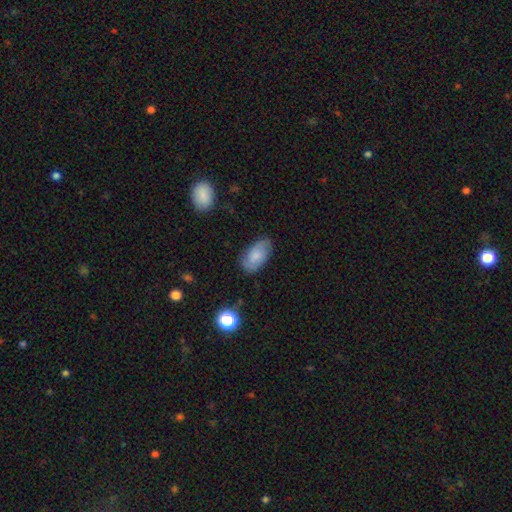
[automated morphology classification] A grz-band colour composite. It shows a smooth galaxy with no disk features (69%) that is in between round and cigar-shaped (94%). Merging: none (75%).